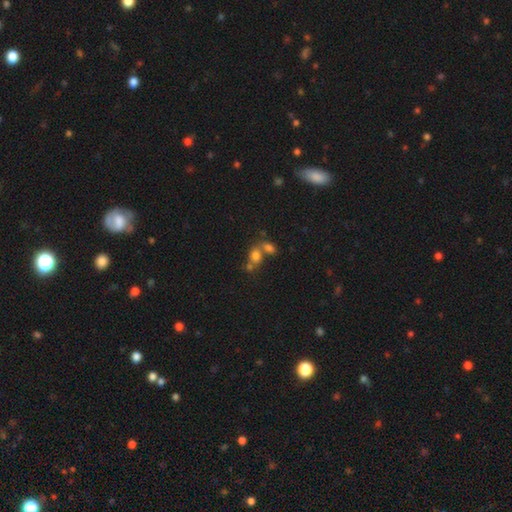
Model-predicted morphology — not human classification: smooth-or-featured: smooth: 73% | star or artifact: 15% | featured or disk: 12%
  how-rounded: in between: 60% | round: 38% | cigar-shaped: 2%
  merging: merger: 56% | none: 30% | minor disturbance: 8% | major disturbance: 5%